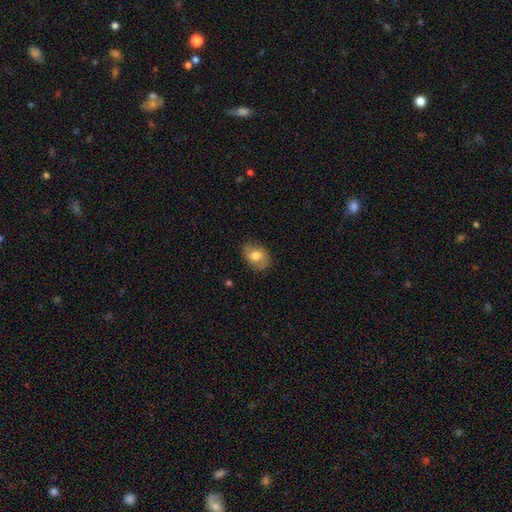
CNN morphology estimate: smooth_or_featured: smooth (p=0.74) [alt: featured or disk p=0.18]
how_rounded: in between (p=0.66) [alt: round p=0.32]
merging: none (p=0.78) [alt: minor disturbance p=0.17]